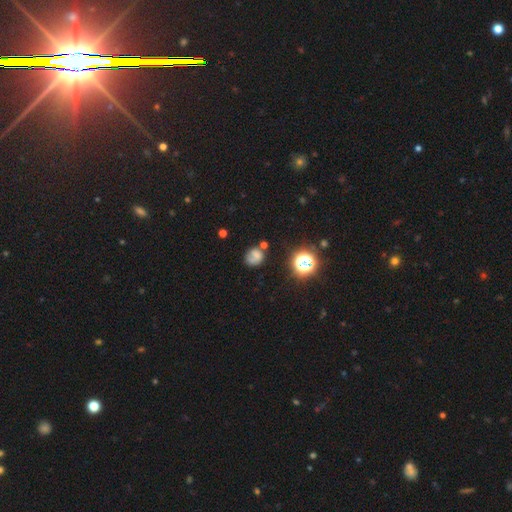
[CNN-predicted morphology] Smooth or featured? smooth (60%)
How rounded? round (69%)
Merging? none (54%)